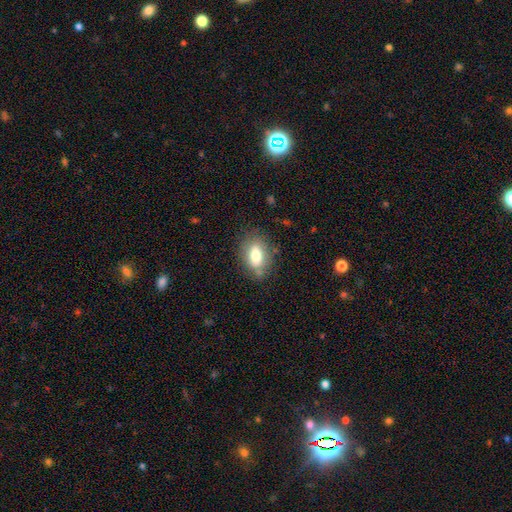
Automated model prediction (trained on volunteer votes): Morphology: type=smooth (70%); roundness=in between (80%); merging=none (77%).